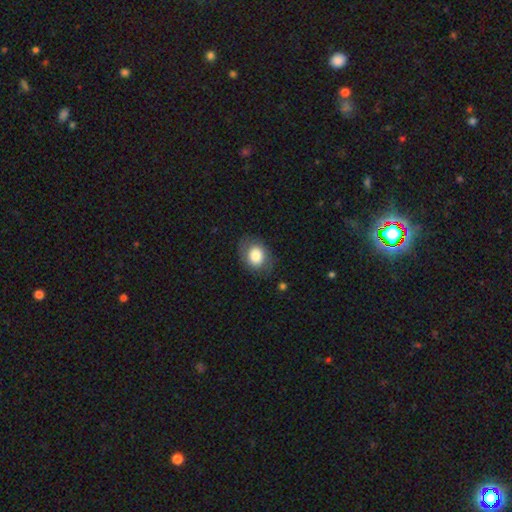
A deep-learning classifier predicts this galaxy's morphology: smooth_or_featured: smooth (p=0.77) [alt: featured or disk p=0.16]
how_rounded: in between (p=0.61) [alt: round p=0.38]
merging: none (p=0.76) [alt: minor disturbance p=0.16]